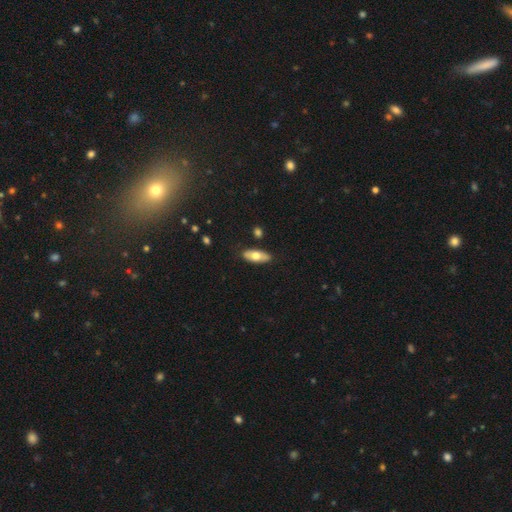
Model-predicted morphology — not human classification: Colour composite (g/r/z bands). It shows a smooth galaxy with no disk features (67%) that is in between round and cigar-shaped (77%). Merging: none (85%).